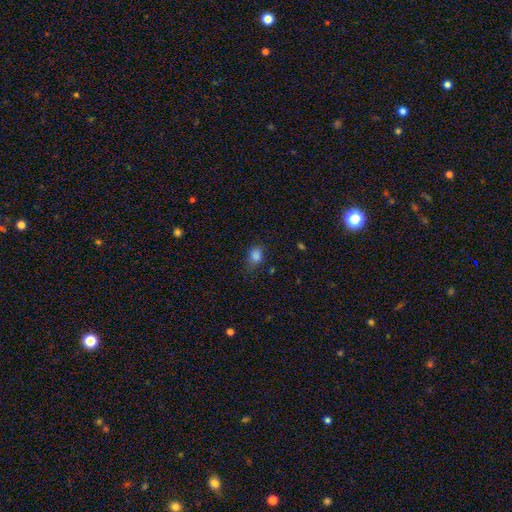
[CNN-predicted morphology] smooth_or_featured: smooth (p=0.83) [alt: star or artifact p=0.12]
how_rounded: in between (p=0.66) [alt: round p=0.32]
merging: none (p=0.67) [alt: minor disturbance p=0.24]